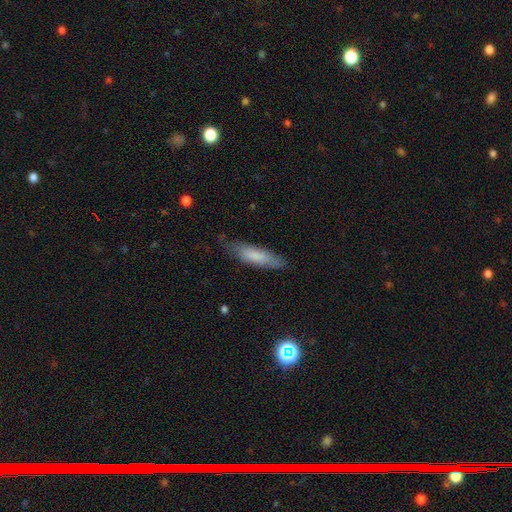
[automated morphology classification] Smooth or featured?
  - smooth: 77% *
  - featured or disk: 17%
  - star or artifact: 7%
How rounded?
  - cigar-shaped: 65% *
  - in between: 33%
  - round: 1%
Merging?
  - none: 73% *
  - minor disturbance: 21%
  - major disturbance: 5%
  - merger: 1%